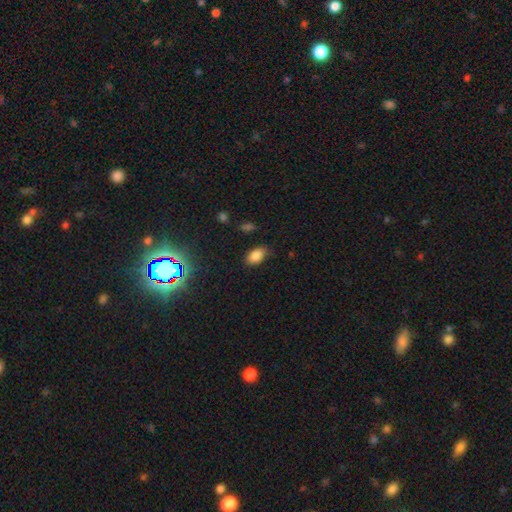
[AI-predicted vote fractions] Q: Smooth or featured?
A: smooth (84%); runner-up: star or artifact (11%)
Q: How rounded?
A: in between (91%); runner-up: round (7%)
Q: Merging?
A: none (81%); runner-up: minor disturbance (14%)